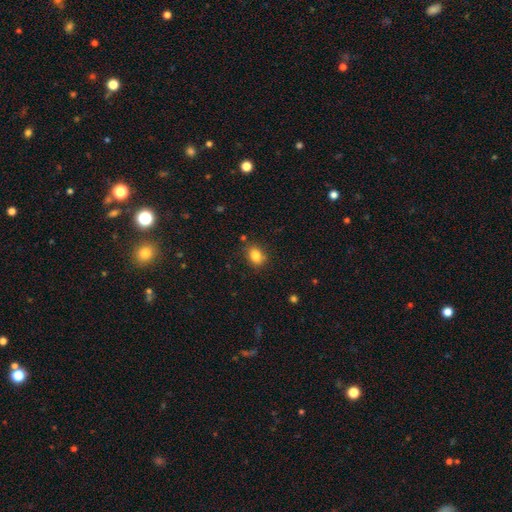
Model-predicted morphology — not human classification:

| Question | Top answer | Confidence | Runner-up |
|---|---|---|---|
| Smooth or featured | smooth | 84% | star or artifact (10%) |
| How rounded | in between | 64% | round (35%) |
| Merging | none | 81% | minor disturbance (13%) |